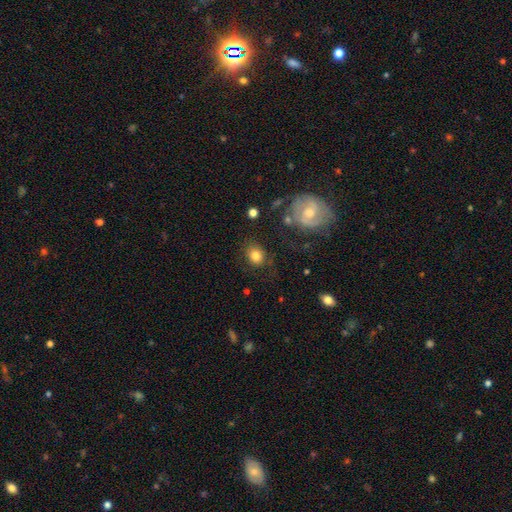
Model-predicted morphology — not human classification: smooth_or_featured: smooth (p=0.77) [alt: featured or disk p=0.13]
how_rounded: round (p=0.63) [alt: in between p=0.36]
merging: none (p=0.74) [alt: minor disturbance p=0.15]